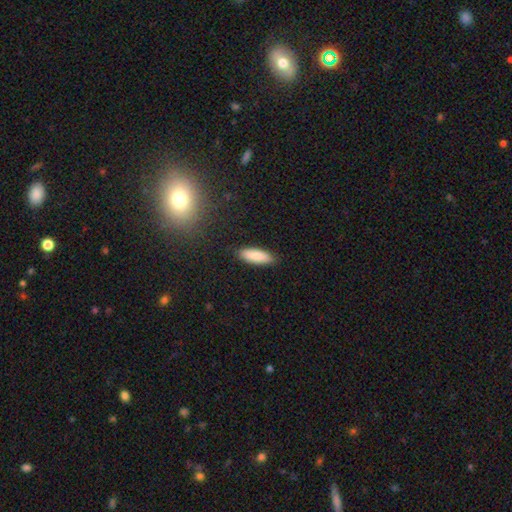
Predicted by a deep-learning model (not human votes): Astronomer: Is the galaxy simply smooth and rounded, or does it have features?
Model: smooth — 88%.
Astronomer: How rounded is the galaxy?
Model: in between — 60% (runner-up: cigar-shaped, 38%).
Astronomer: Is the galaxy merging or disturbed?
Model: none — 88%.